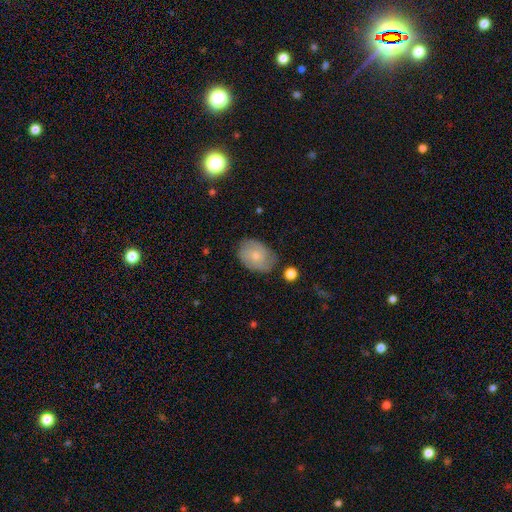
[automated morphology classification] smooth-or-featured: featured or disk: 47% | smooth: 46% | star or artifact: 7%
  merging: none: 72% | minor disturbance: 21% | major disturbance: 5% | merger: 2%